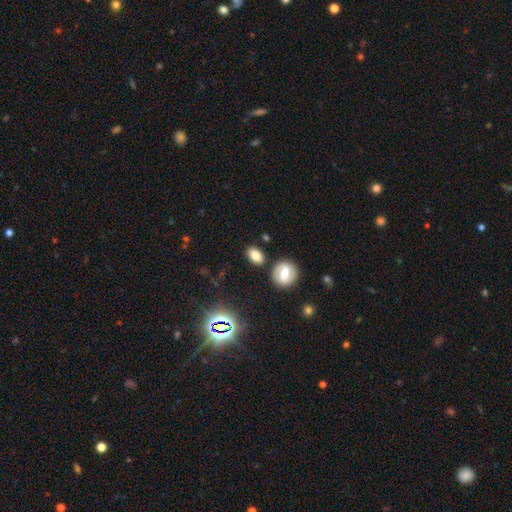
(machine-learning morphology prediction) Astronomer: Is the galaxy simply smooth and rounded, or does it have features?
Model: smooth — 78%.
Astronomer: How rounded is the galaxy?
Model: in between — 80%.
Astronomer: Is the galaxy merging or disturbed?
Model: none — 80%.